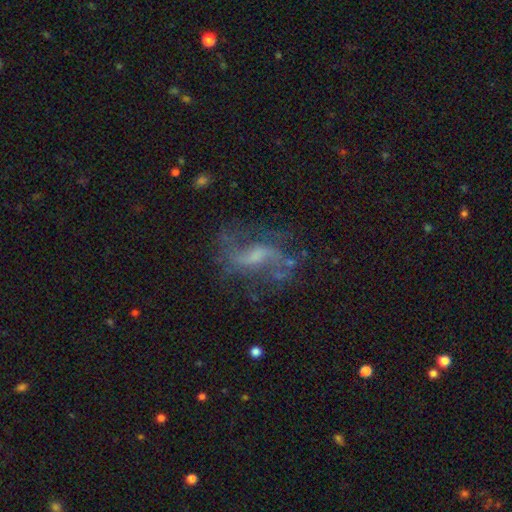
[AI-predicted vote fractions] Smooth or featured: featured or disk — 71% (star or artifact — 15%)
Edge-on disk: no — 94% (yes — 6%)
Bar: weak — 48% (no — 30%)
Spiral arms: yes — 82% (no — 18%)
Spiral winding: loose — 61% (medium — 30%)
Spiral arm count: 2 — 77% (can't tell — 12%)
Bulge size: small — 42% (moderate — 30%)
Merging: none — 63% (major disturbance — 17%)